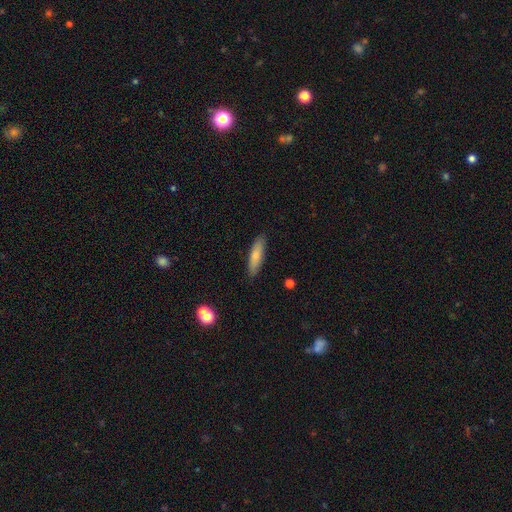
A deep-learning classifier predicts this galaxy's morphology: The model was most divided on "how rounded": cigar-shaped: 67%, in between: 31%, round: 2%. More confident: merging — none (88%); smooth or featured — smooth (73%).